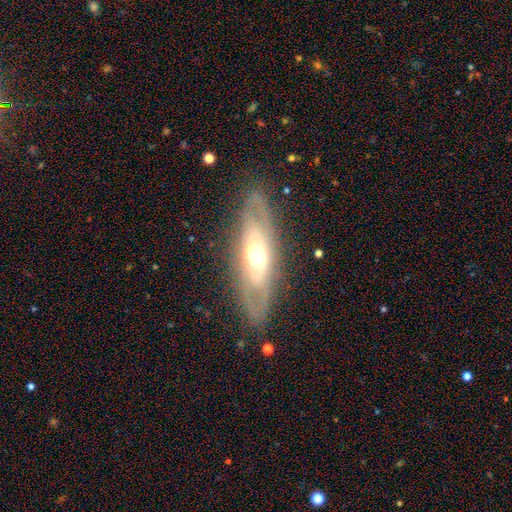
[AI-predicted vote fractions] Smooth or featured: featured or disk — 74% (smooth — 20%)
Edge-on disk: no — 73% (yes — 27%)
Bar: no — 65% (weak — 24%)
Spiral arms: yes — 61% (no — 39%)
Bulge size: moderate — 64% (large — 20%)
Merging: none — 82% (minor disturbance — 12%)